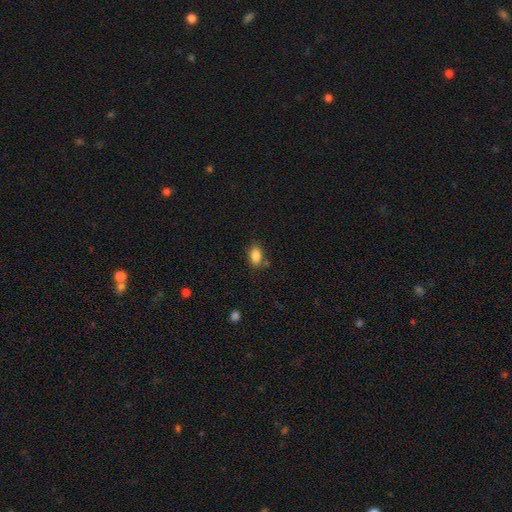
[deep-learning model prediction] This appears to be a smooth galaxy with no disk features (86%) that is in between round and cigar-shaped (87%). Merging: none (75%).